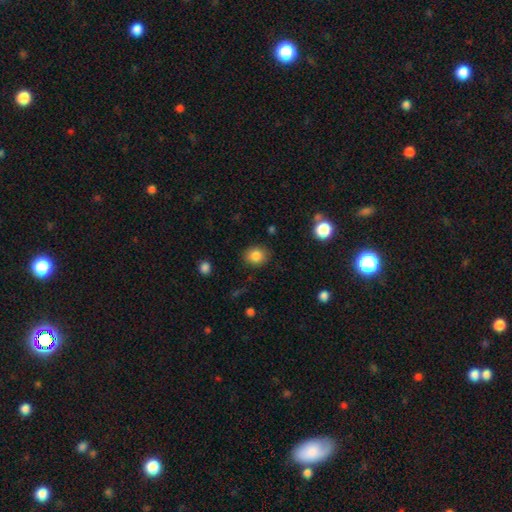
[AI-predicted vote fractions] Morphology: type=smooth (85%); roundness=round (66%); merging=none (87%).